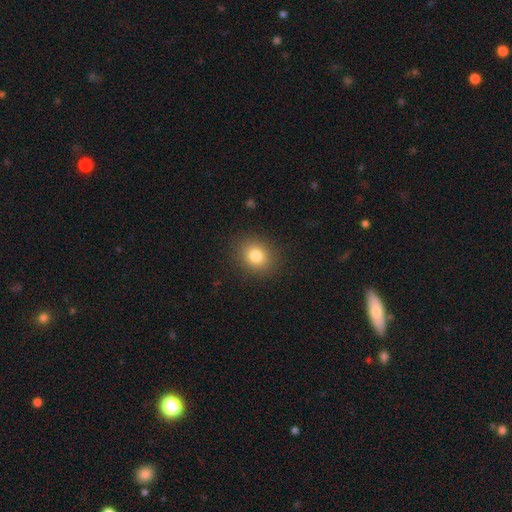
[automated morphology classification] type=smooth (81%); roundness=round (67%); merging=none (89%).